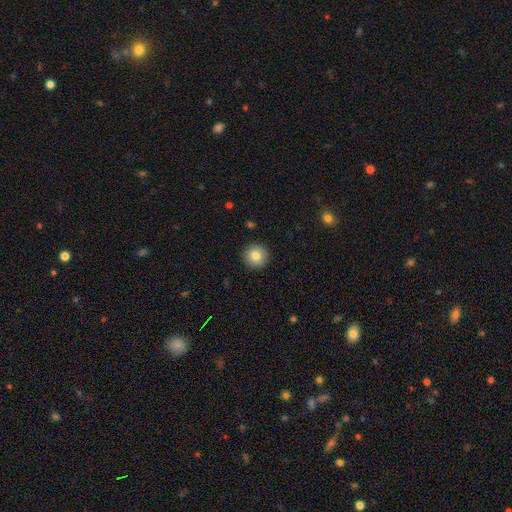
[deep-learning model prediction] This appears to be a smooth galaxy with no disk features (84%) that is round (95%). Merging: none (92%).